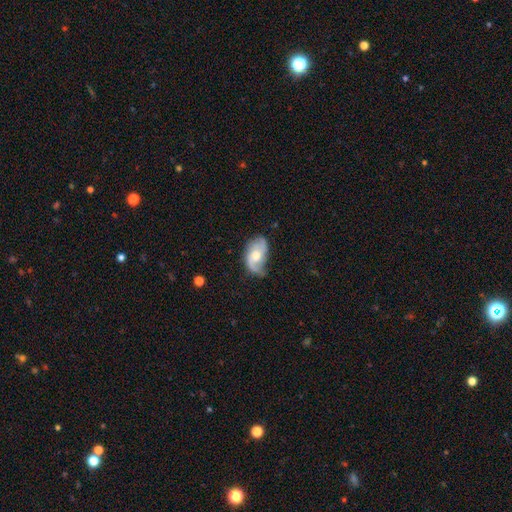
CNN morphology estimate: The model was most divided on "spiral winding": medium: 42%, loose: 37%, tight: 20%. More confident: edge-on disk — no (95%); spiral arms — yes (90%); smooth or featured — featured or disk (69%); bulge size — moderate (67%); spiral arm count — 2 (66%); bar — no (63%); merging — none (56%).